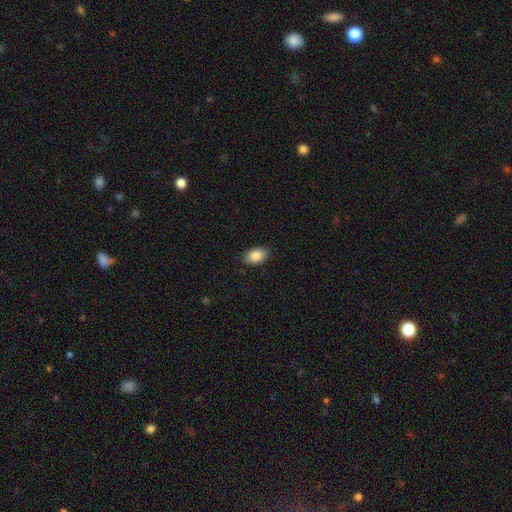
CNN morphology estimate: smooth_or_featured: smooth (p=0.85) [alt: featured or disk p=0.07]
how_rounded: in between (p=0.91) [alt: round p=0.07]
merging: none (p=0.86) [alt: minor disturbance p=0.11]